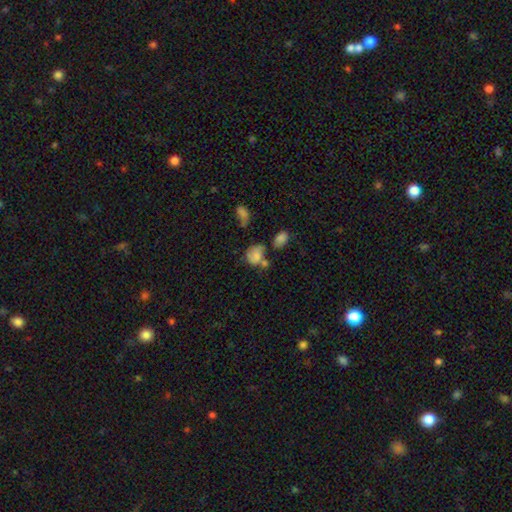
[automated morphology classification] type=smooth (70%); roundness=in between (52%); merging=none (31%, tied with merger).